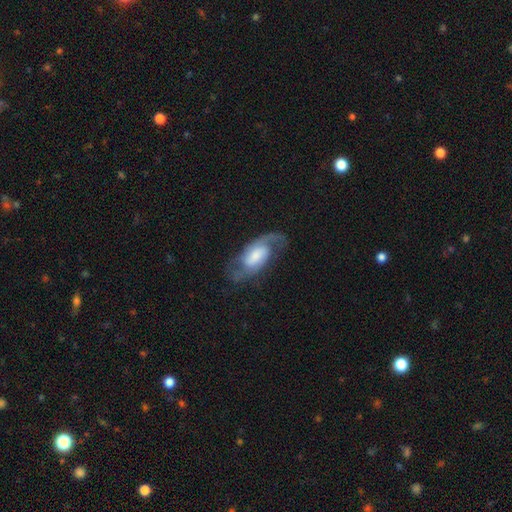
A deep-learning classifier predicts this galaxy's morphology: Smooth or featured: featured or disk — 77% (smooth — 17%)
Edge-on disk: no — 95% (yes — 5%)
Bar: no — 44% (weak — 42%)
Spiral arms: yes — 93% (no — 7%)
Spiral winding: medium — 49% (loose — 32%)
Spiral arm count: 2 — 80% (1 — 8%)
Bulge size: moderate — 30% (large — 29%)
Merging: none — 62% (minor disturbance — 20%)